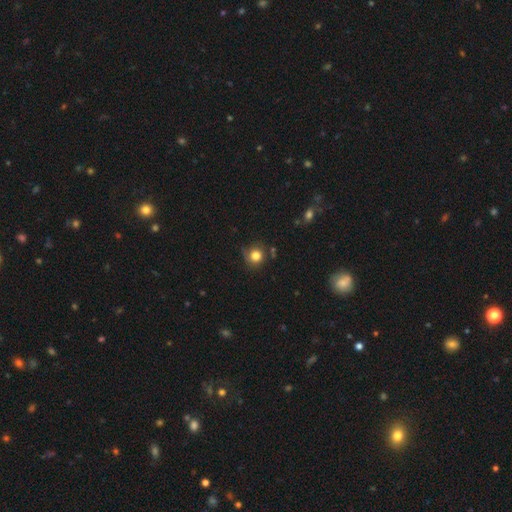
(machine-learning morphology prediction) smooth 81%, star or artifact 11%, featured or disk 8%. Down the decision tree: how rounded — round (90%); merging — none (71%).